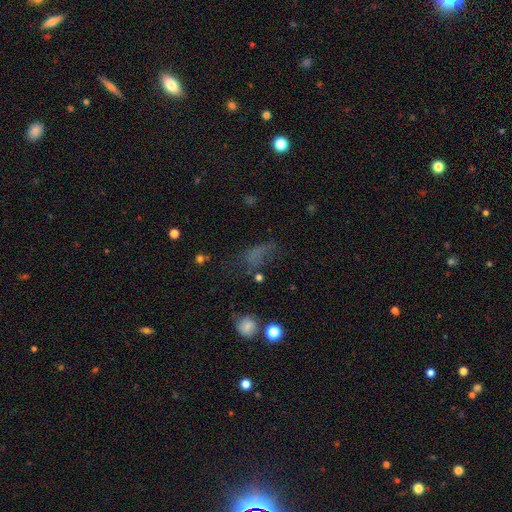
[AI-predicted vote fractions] Q: Smooth or featured?
A: smooth (54%); runner-up: star or artifact (25%)
Q: How rounded?
A: in between (70%); runner-up: round (17%)
Q: Merging?
A: none (39%); runner-up: major disturbance (32%)